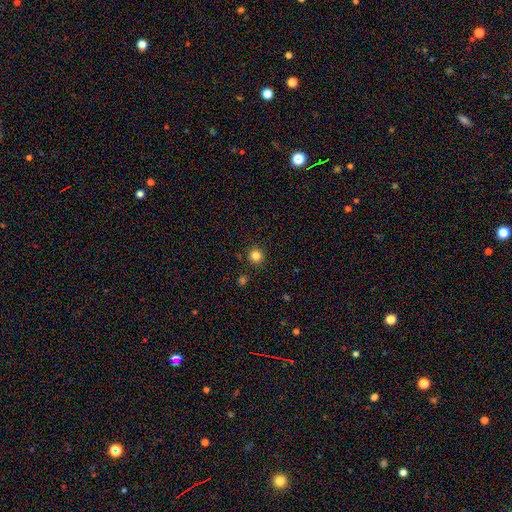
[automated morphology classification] A smooth galaxy with no disk features (83%) that is round (94%). Merging: none (90%).